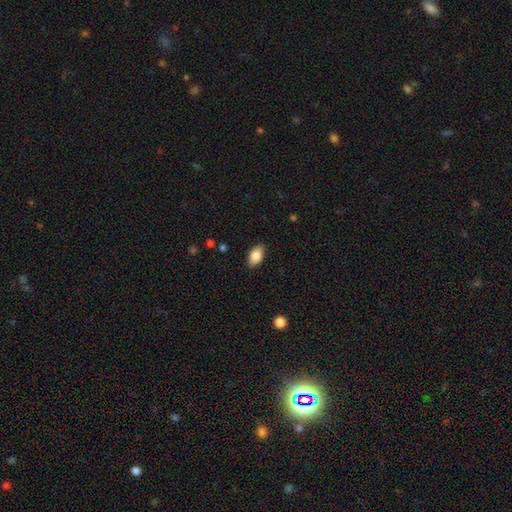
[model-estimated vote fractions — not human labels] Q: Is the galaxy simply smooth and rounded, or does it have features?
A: smooth — 83%.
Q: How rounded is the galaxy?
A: in between — 92%.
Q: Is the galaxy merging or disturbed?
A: none — 87%.